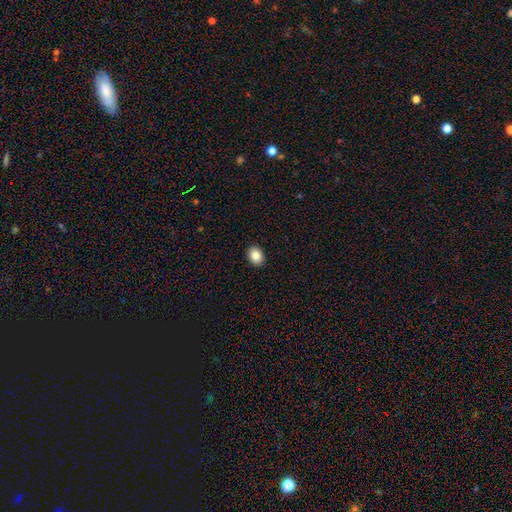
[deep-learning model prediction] smooth-or-featured: smooth: 84% | star or artifact: 9% | featured or disk: 7%
  how-rounded: in between: 59% | round: 40% | cigar-shaped: 1%
  merging: none: 92% | minor disturbance: 6% | major disturbance: 1% | merger: 1%